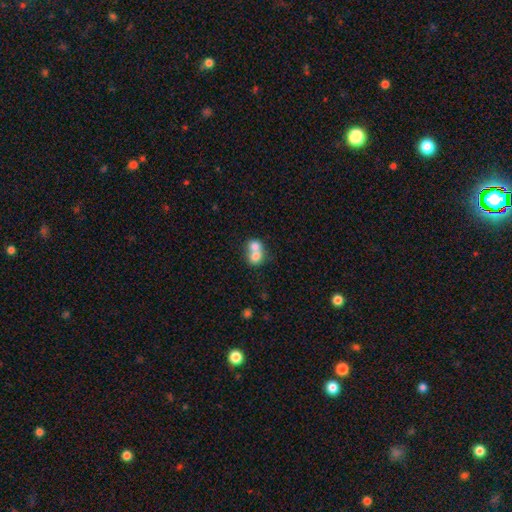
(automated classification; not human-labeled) A smooth galaxy with no disk features (72%) that is round (64%). Merging: merger (75%).